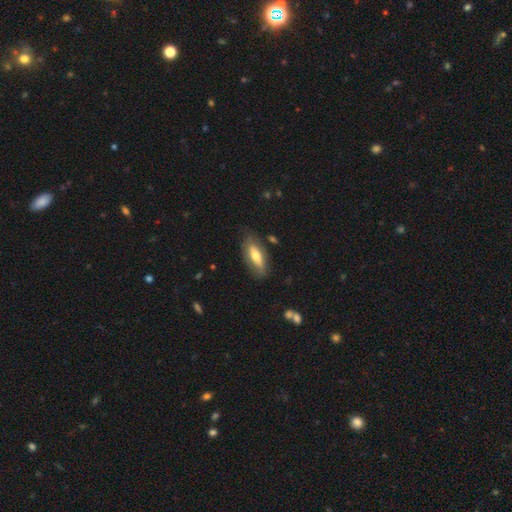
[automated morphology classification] Overall: smooth (60%; featured or disk 34%). How rounded: in between (70%). Merging: none (76%).